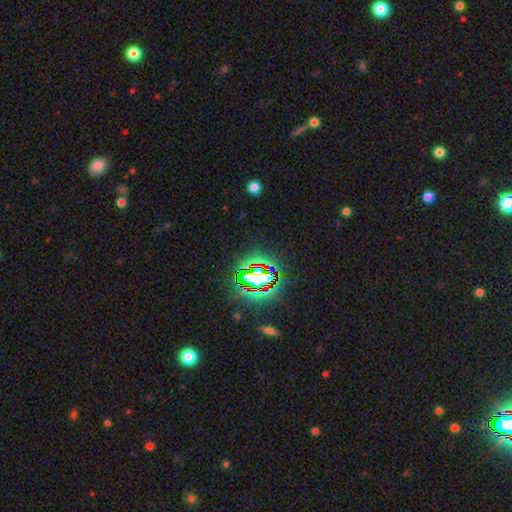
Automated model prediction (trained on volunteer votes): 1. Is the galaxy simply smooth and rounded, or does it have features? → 80% star or artifact, 11% smooth, 9% featured or disk.